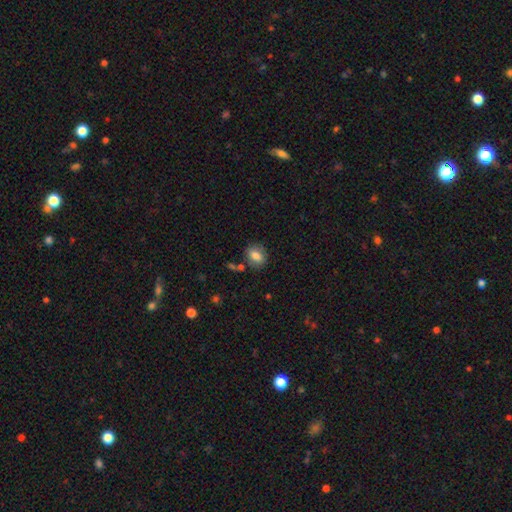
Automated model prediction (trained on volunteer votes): This appears to be a smooth galaxy with no disk features (80%) that is in between round and cigar-shaped (55%). Merging: none (78%).